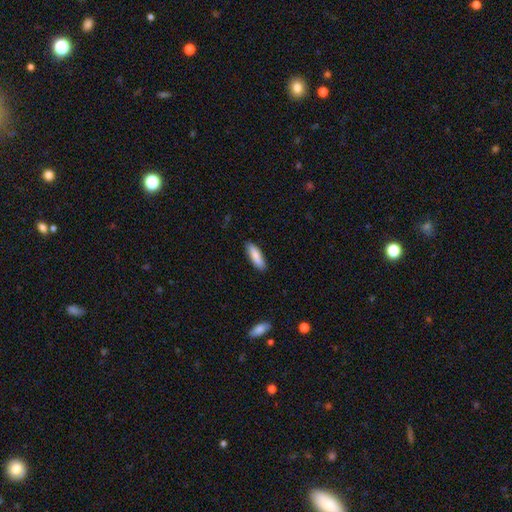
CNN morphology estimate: smooth 86%, featured or disk 9%, star or artifact 6%. Down the decision tree: how rounded — cigar-shaped (57%); merging — none (88%).